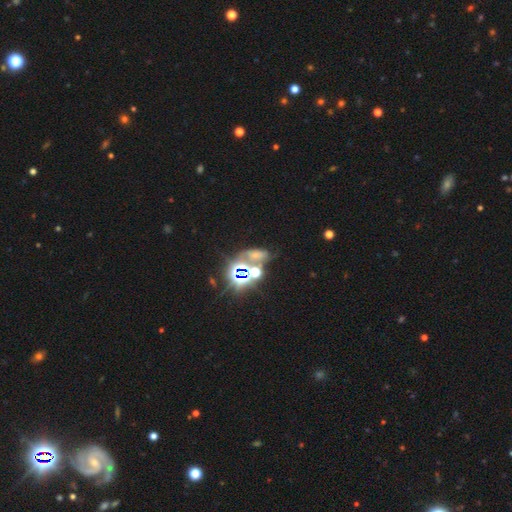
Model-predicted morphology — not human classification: star or artifact 55%, smooth 28%, featured or disk 17%.